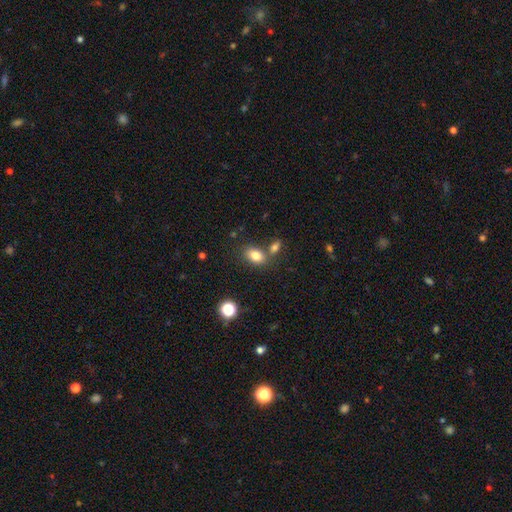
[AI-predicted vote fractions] Smooth or featured? Predicted: smooth (p=0.81). How rounded? Predicted: in between (p=0.82). Merging? Predicted: none (p=0.63).